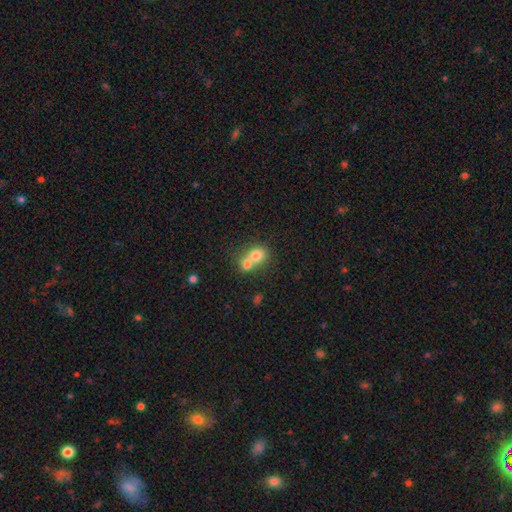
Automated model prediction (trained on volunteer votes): A smooth galaxy with no disk features (73%) that is round (67%). Merging: merger (66%).